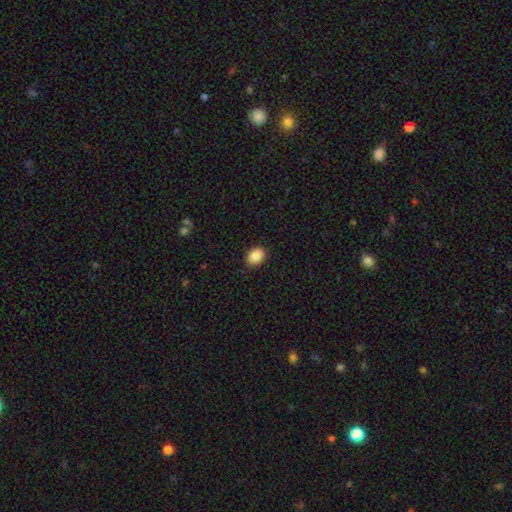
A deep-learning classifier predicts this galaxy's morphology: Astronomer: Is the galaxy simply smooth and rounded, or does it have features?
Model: smooth — 88%.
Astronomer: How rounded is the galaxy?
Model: in between — 65%.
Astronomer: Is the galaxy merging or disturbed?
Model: none — 89%.